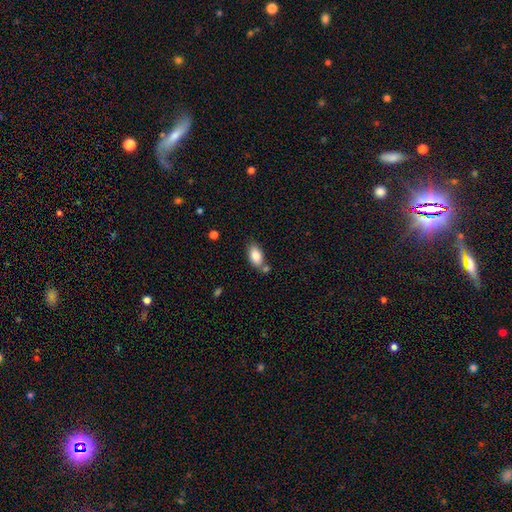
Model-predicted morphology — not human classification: The model was most divided on "merging": none: 61%, merger: 19%, minor disturbance: 17%, major disturbance: 4%. More confident: how rounded — in between (91%); smooth or featured — smooth (84%).